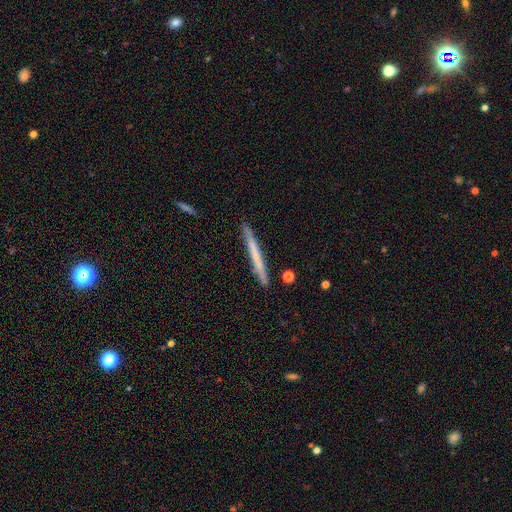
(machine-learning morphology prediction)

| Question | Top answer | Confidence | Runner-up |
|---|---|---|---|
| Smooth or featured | smooth | 55% | featured or disk (39%) |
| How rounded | cigar-shaped | 97% | in between (2%) |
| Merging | none | 87% | minor disturbance (10%) |